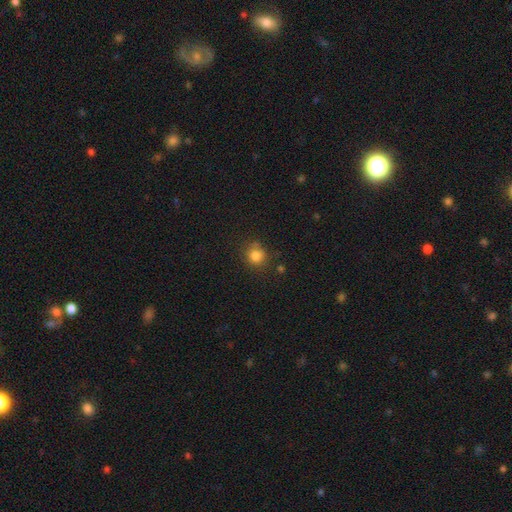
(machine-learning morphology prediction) A smooth galaxy with no disk features (83%) that is round (87%).

Vote fractions:
- Smooth or featured? smooth: 83% / star or artifact: 12% / featured or disk: 5%
- How rounded? round: 87% / in between: 12% / cigar-shaped: 1%
- Merging? none: 78% / minor disturbance: 14% / merger: 4% / major disturbance: 4%